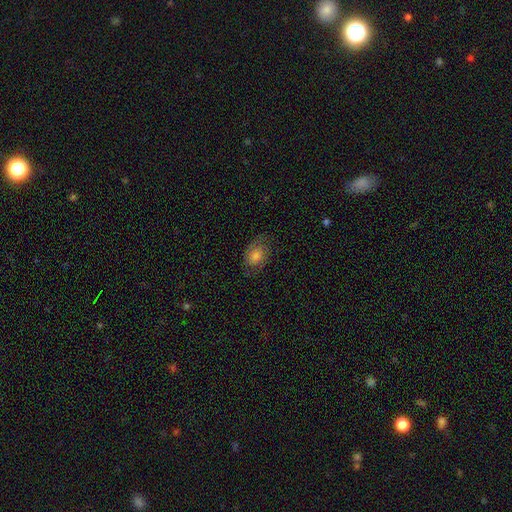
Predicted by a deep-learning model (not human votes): Smooth or featured? smooth (57%)
How rounded? in between (69%)
Merging? none (70%)